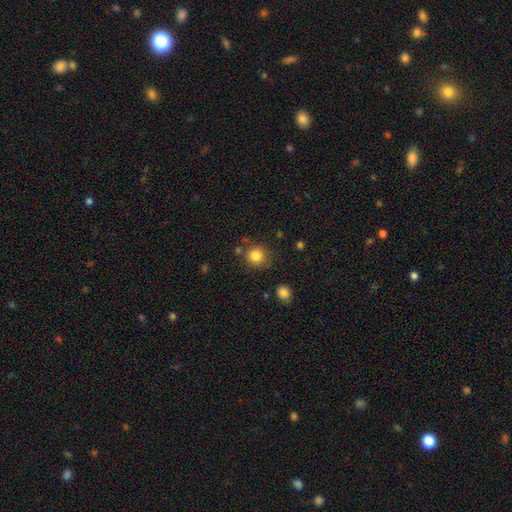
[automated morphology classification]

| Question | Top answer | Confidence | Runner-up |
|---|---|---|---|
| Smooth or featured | smooth | 84% | star or artifact (11%) |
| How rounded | round | 90% | in between (9%) |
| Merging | none | 77% | minor disturbance (12%) |